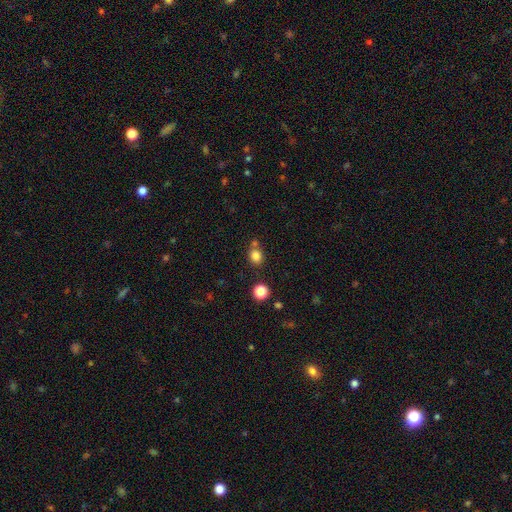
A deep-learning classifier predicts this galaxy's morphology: smooth 82%, star or artifact 13%, featured or disk 5%. Down the decision tree: how rounded — round (71%); merging — none (69%).